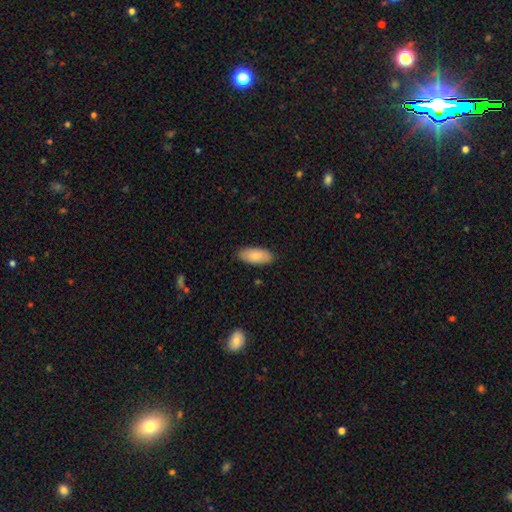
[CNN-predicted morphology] Overall: smooth (84%). How rounded: in between (90%). Merging: none (87%).